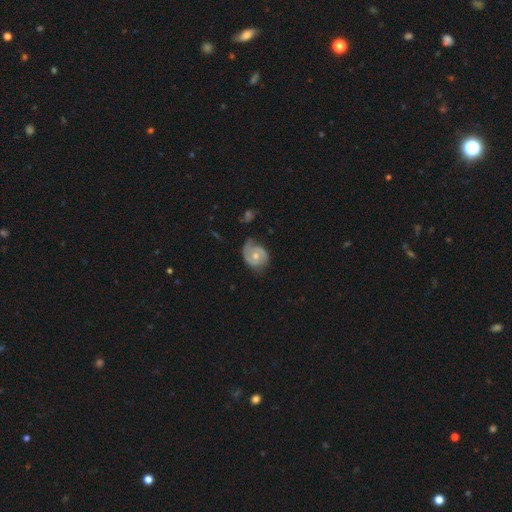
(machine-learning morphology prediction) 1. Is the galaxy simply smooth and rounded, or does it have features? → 70% featured or disk, 25% smooth, 6% star or artifact.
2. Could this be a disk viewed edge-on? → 97% no, 3% yes.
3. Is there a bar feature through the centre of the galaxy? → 73% no, 23% weak, 5% strong.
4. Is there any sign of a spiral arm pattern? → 84% yes, 16% no.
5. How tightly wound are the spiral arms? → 44% tight, 37% medium, 19% loose.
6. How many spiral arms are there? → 64% 2, 17% 1, 14% can't tell, 3% 3, 1% 4, 1% more than 4.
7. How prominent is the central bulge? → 63% moderate, 33% small, 2% large, 1% none, 1% dominant.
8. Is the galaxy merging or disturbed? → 48% none, 31% minor disturbance, 18% major disturbance, 3% merger.